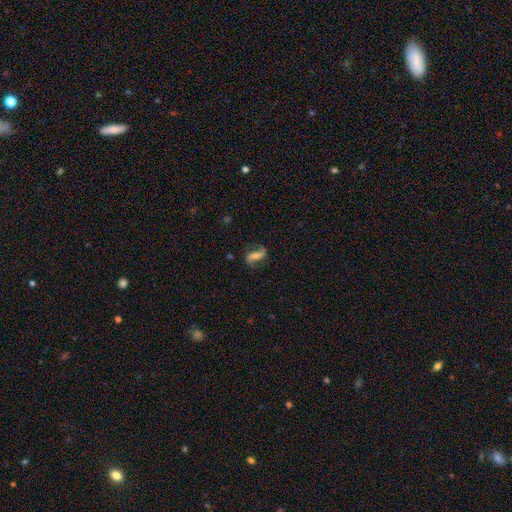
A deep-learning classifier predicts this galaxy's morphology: The model was most divided on "bulge size": moderate: 42%, small: 40%, none: 9%, large: 7%, dominant: 2%. Remaining: edge-on disk — no (93%); spiral arms — yes (92%); spiral arm count — 2 (90%); merging — none (75%); smooth or featured — featured or disk (74%); spiral winding — loose (65%); bar — strong (44%).